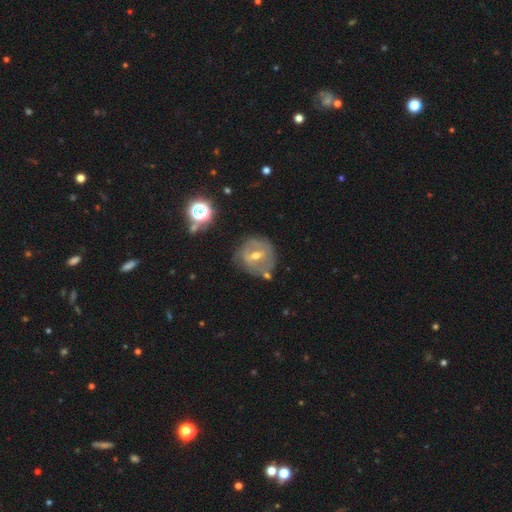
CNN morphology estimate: Smooth or featured? featured or disk (65%)
Edge-on disk? no (94%)
Bar? weak (50%)
Spiral arms? yes (51%)
Bulge size? moderate (65%)
Merging? none (68%)